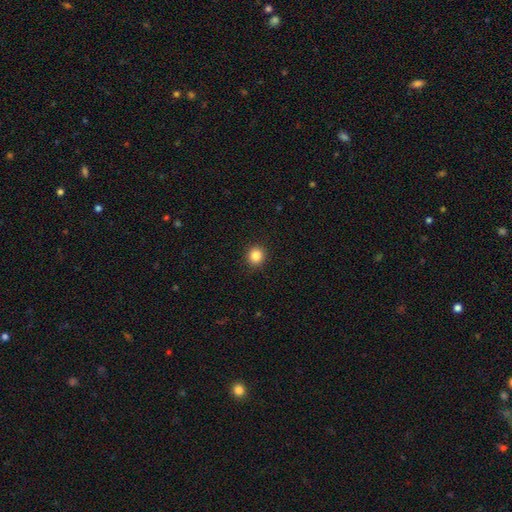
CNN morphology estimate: smooth-or-featured: smooth: 85% | star or artifact: 11% | featured or disk: 4%
  how-rounded: round: 88% | in between: 11% | cigar-shaped: 1%
  merging: none: 92% | minor disturbance: 5% | major disturbance: 2% | merger: 1%